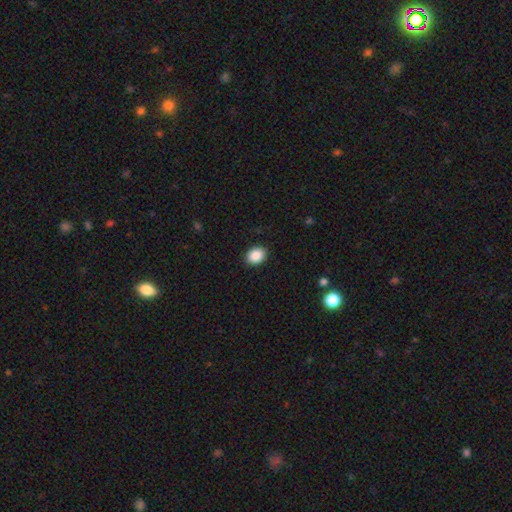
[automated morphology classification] This is clearly a smooth galaxy (89%). How rounded: possibly in between (59%). Merging: clearly none (90%).